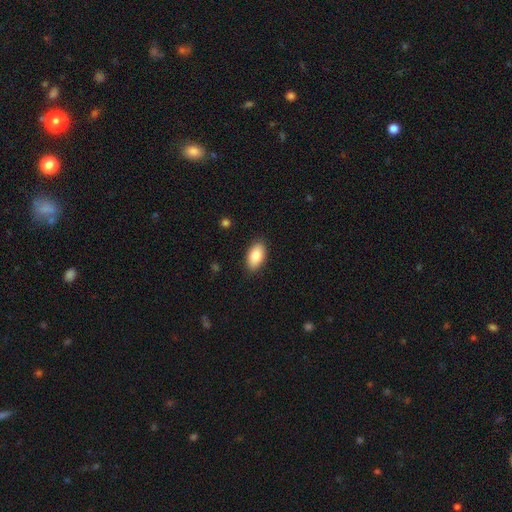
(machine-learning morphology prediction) Q: Smooth or featured?
A: smooth (85%); runner-up: featured or disk (9%)
Q: How rounded?
A: in between (94%); runner-up: round (4%)
Q: Merging?
A: none (88%); runner-up: minor disturbance (9%)